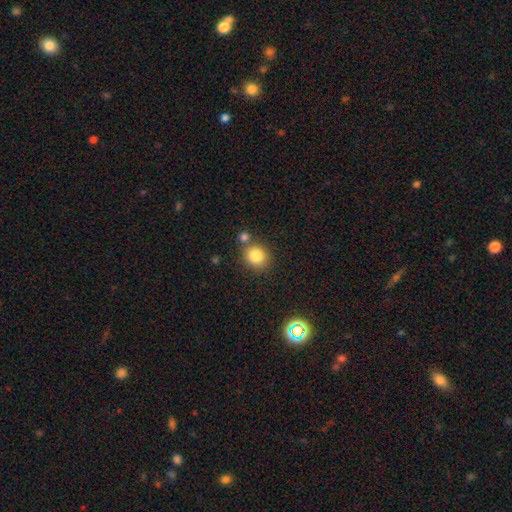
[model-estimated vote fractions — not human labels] smooth-or-featured: smooth: 83% | star or artifact: 10% | featured or disk: 6%
  how-rounded: round: 81% | in between: 19% | cigar-shaped: 1%
  merging: none: 70% | merger: 17% | minor disturbance: 10% | major disturbance: 3%